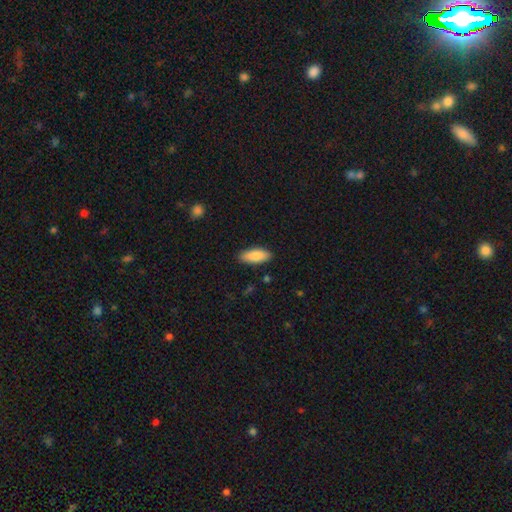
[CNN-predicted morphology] smooth_or_featured: smooth (p=0.87) [alt: featured or disk p=0.07]
how_rounded: in between (p=0.80) [alt: cigar-shaped p=0.18]
merging: none (p=0.88) [alt: minor disturbance p=0.09]